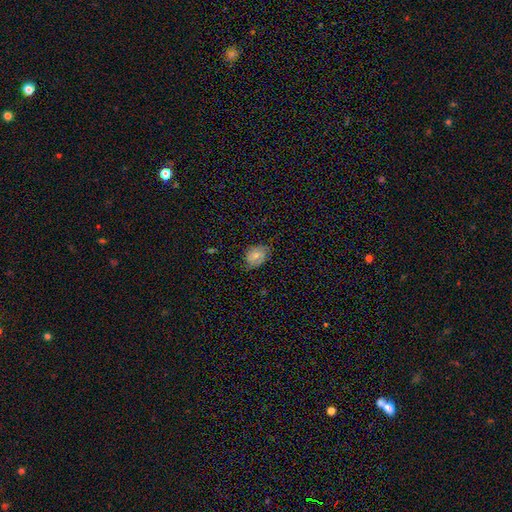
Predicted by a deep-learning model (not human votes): smooth_or_featured: smooth (p=0.62) [alt: featured or disk p=0.28]
how_rounded: in between (p=0.68) [alt: round p=0.31]
merging: none (p=0.65) [alt: minor disturbance p=0.27]